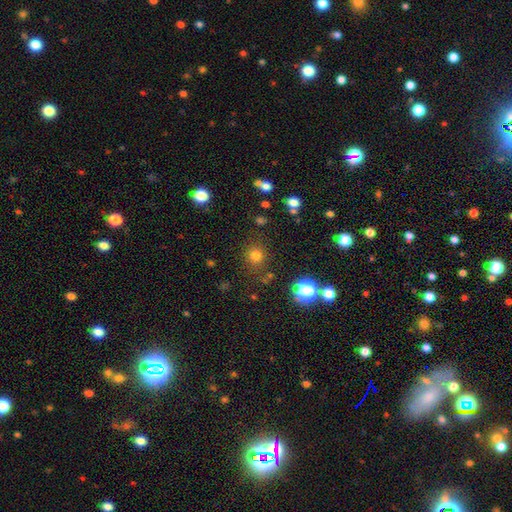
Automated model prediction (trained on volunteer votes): Q: Smooth or featured?
A: smooth (75%); runner-up: star or artifact (19%)
Q: How rounded?
A: round (89%); runner-up: in between (10%)
Q: Merging?
A: none (82%); runner-up: minor disturbance (10%)